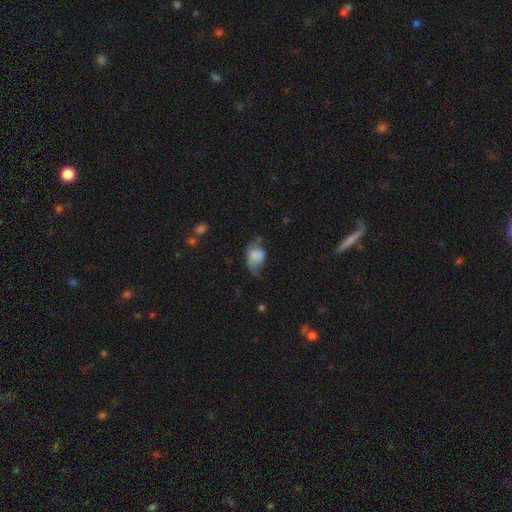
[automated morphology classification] The model was most divided on "merging": minor disturbance: 35%, major disturbance: 32%, none: 26%, merger: 6%. More confident: how rounded — in between (71%); smooth or featured — smooth (69%).